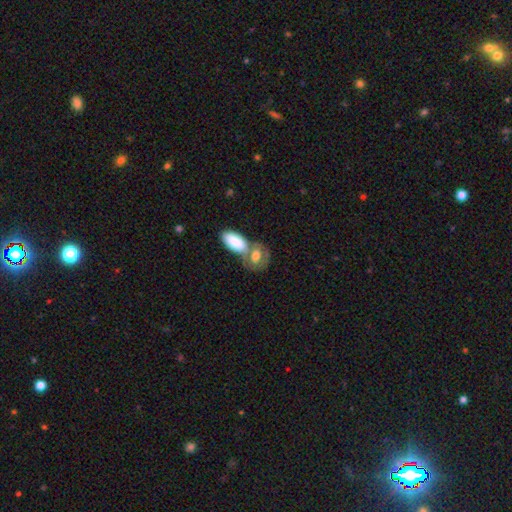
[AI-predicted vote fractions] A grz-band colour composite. It shows a smooth galaxy with no disk features (71%) that is in between round and cigar-shaped (83%). Merging: merger (53%).